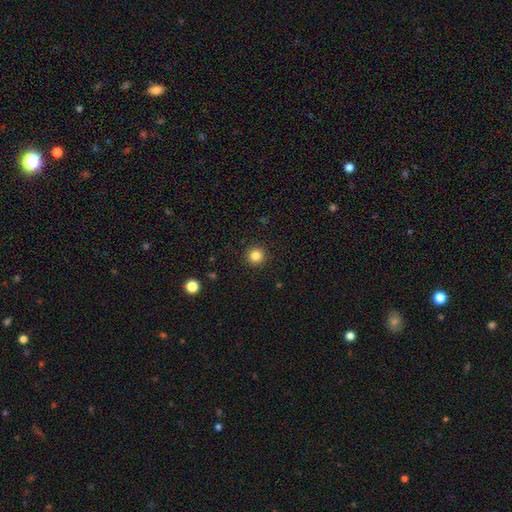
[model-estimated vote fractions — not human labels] Smooth or featured: smooth — 83% (star or artifact — 12%)
How rounded: round — 96% (in between — 3%)
Merging: none — 93% (minor disturbance — 5%)